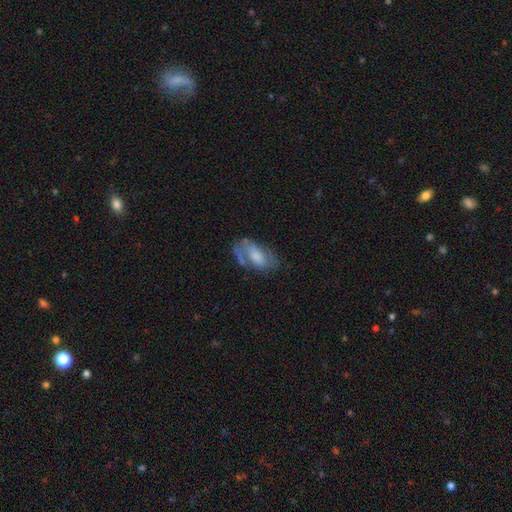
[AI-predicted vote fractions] Q: Smooth or featured?
A: featured or disk (49%); runner-up: smooth (43%)
Q: Merging?
A: none (51%); runner-up: minor disturbance (26%)